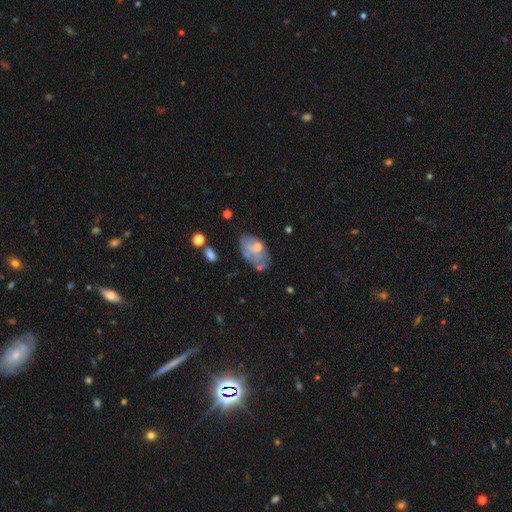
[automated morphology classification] Smooth or featured: featured or disk — 52% (smooth — 35%)
Edge-on disk: no — 93% (yes — 7%)
Merging: none — 53% (minor disturbance — 26%)